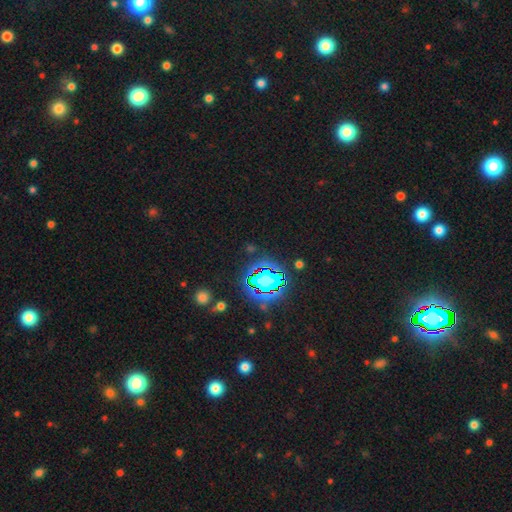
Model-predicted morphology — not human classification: Smooth or featured? Predicted: star or artifact (p=0.82).